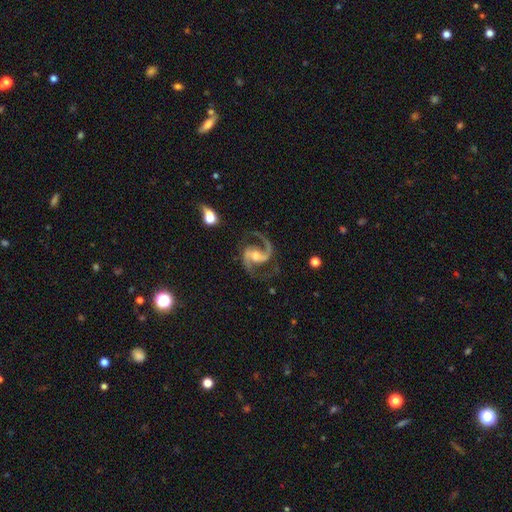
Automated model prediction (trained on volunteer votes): smooth_or_featured: featured or disk (p=0.93) [alt: star or artifact p=0.05]
disk_edge_on: no (p=0.98) [alt: yes p=0.02]
bar: weak (p=0.43) [alt: no p=0.32]
has_spiral_arms: yes (p=0.98) [alt: no p=0.02]
spiral_winding: medium (p=0.66) [alt: loose p=0.22]
spiral_arm_count: 2 (p=0.94) [alt: 1 p=0.01]
bulge_size: moderate (p=0.55) [alt: small p=0.33]
merging: none (p=0.77) [alt: minor disturbance p=0.13]